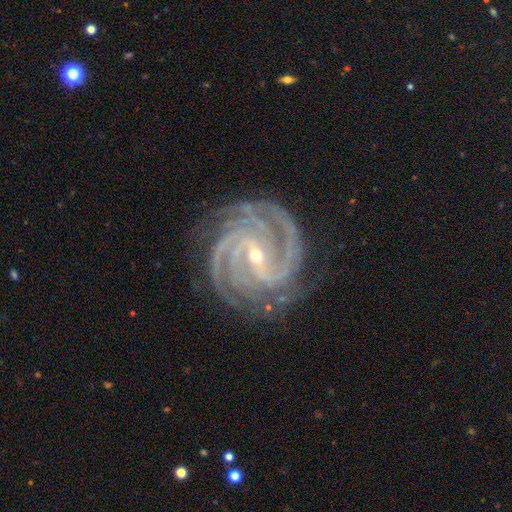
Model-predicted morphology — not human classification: featured or disk 93%, star or artifact 4%, smooth 2%. Down the decision tree: edge-on disk — no (98%); bar — strong (40%, tied with weak); spiral arms — yes (99%); spiral arm count — 4 (35%); spiral winding — tight (72%); bulge size — small (72%); merging — none (81%).